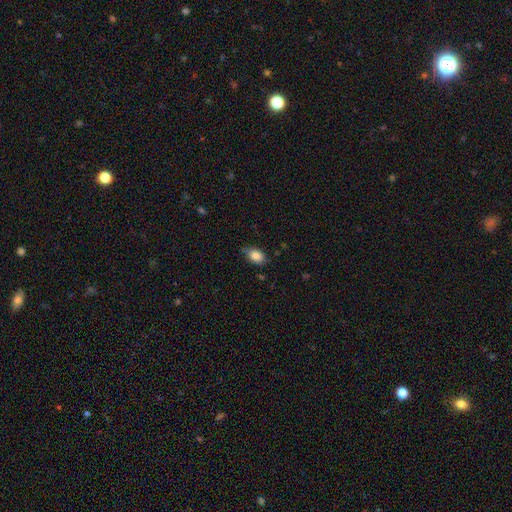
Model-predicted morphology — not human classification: smooth_or_featured: smooth (p=0.84) [alt: star or artifact p=0.08]
how_rounded: in between (p=0.82) [alt: round p=0.16]
merging: none (p=0.71) [alt: minor disturbance p=0.24]